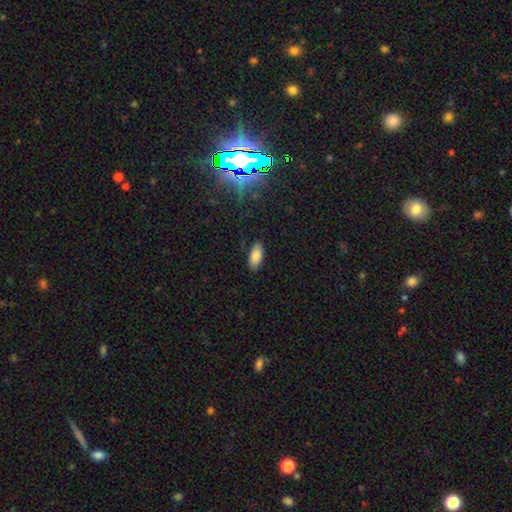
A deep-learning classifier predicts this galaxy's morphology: Smooth or featured? Predicted: smooth (p=0.83). How rounded? Predicted: in between (p=0.88). Merging? Predicted: none (p=0.87).